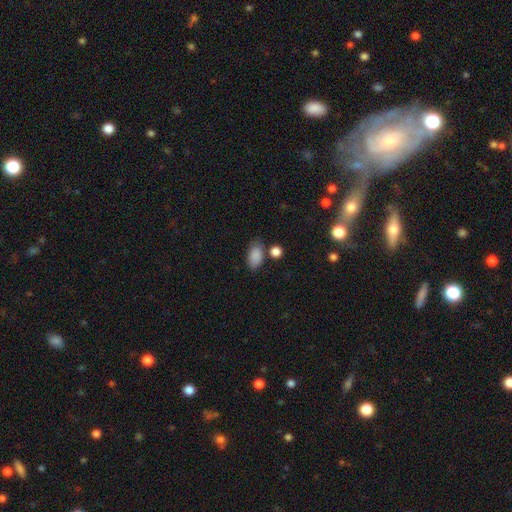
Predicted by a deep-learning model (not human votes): This appears to be a smooth galaxy with no disk features (87%) that is in between round and cigar-shaped (91%). Merging: none (68%).